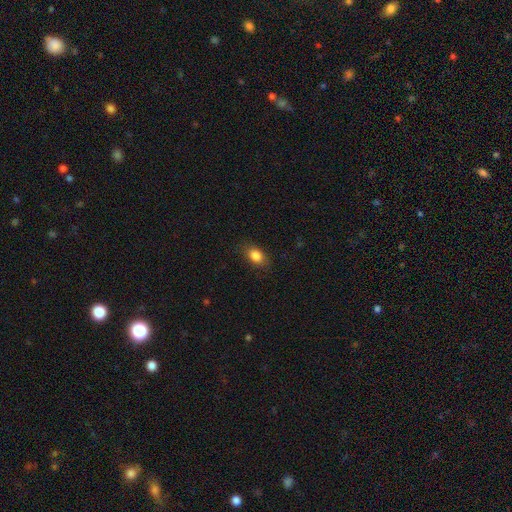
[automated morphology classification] Smooth or featured?
  - smooth: 85% *
  - star or artifact: 9%
  - featured or disk: 6%
How rounded?
  - in between: 80% *
  - round: 17%
  - cigar-shaped: 3%
Merging?
  - none: 83% *
  - minor disturbance: 12%
  - major disturbance: 3%
  - merger: 1%